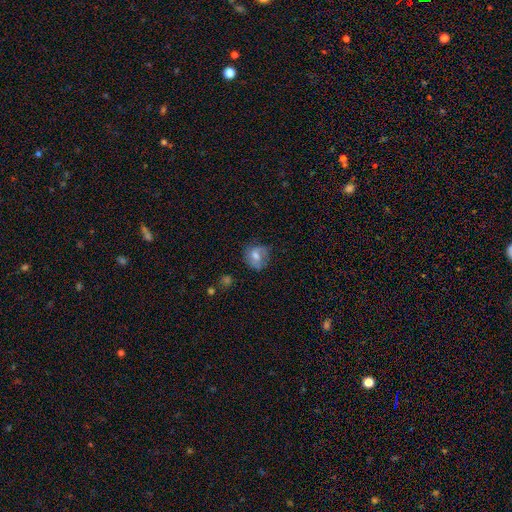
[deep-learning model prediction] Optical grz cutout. It shows a smooth galaxy with no disk features (60%) that is round (65%). Merging: none (56%).